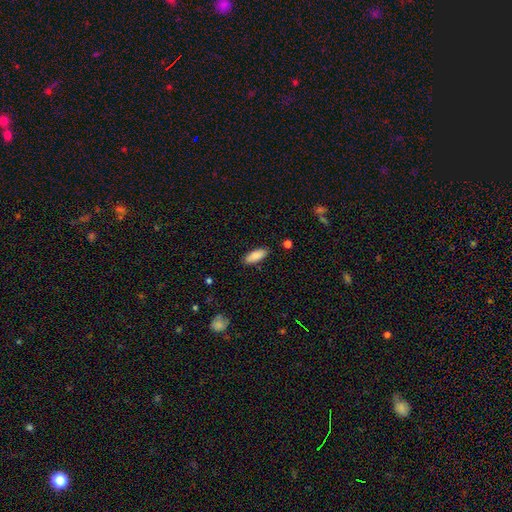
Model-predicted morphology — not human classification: A smooth galaxy with no disk features (87%) that is in between round and cigar-shaped (77%).

Vote fractions:
- Smooth or featured? smooth: 87% / featured or disk: 7% / star or artifact: 6%
- How rounded? in between: 77% / cigar-shaped: 21% / round: 2%
- Merging? none: 87% / minor disturbance: 10% / major disturbance: 2% / merger: 1%